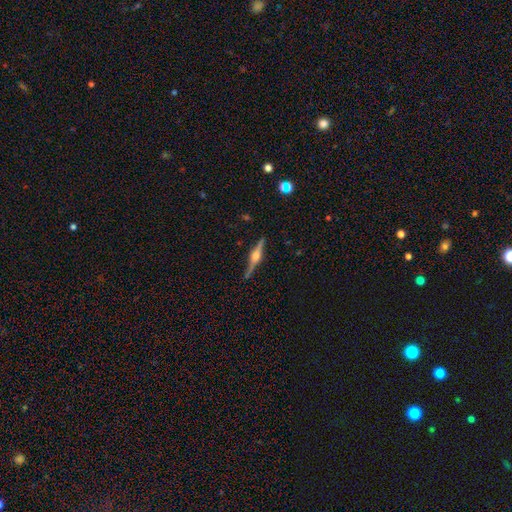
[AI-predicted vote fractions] Q: Smooth or featured?
A: featured or disk (84%); runner-up: smooth (11%)
Q: Edge-on disk?
A: yes (98%); runner-up: no (2%)
Q: Edge-on bulge?
A: rounded (92%); runner-up: boxy (6%)
Q: Merging?
A: none (88%); runner-up: minor disturbance (9%)